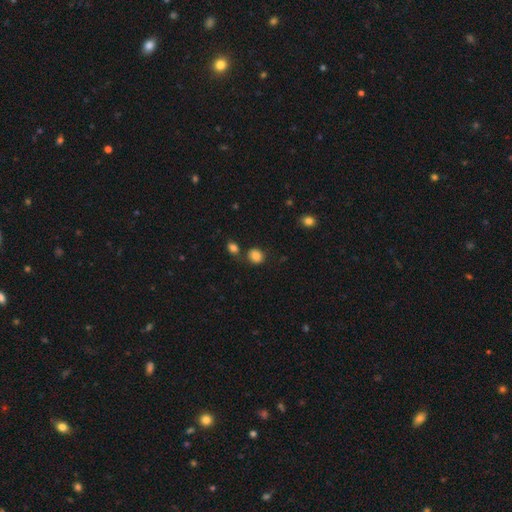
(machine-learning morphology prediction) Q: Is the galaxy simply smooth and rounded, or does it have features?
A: smooth — 85%.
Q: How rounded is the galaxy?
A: round — 67%.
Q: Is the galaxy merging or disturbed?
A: none — 70%.